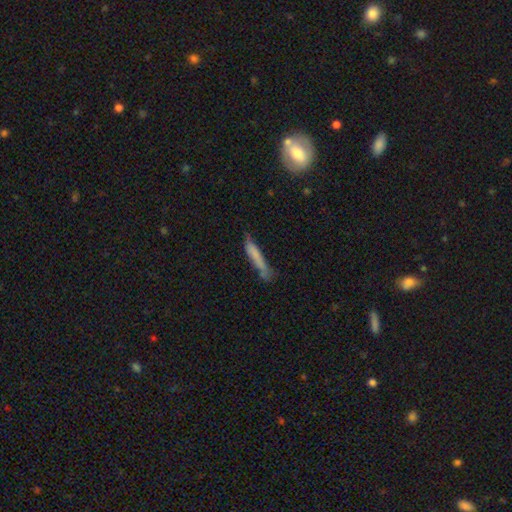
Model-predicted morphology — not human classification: smooth-or-featured: smooth: 70% | featured or disk: 23% | star or artifact: 7%
  how-rounded: cigar-shaped: 92% | in between: 7% | round: 1%
  merging: none: 57% | minor disturbance: 27% | major disturbance: 10% | merger: 6%